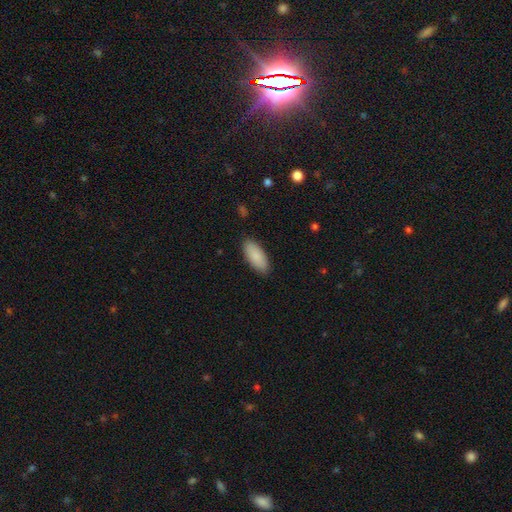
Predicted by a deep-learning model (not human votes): The model was most divided on "how rounded": in between: 87%, cigar-shaped: 11%, round: 2%. More confident: smooth or featured — smooth (88%); merging — none (88%).